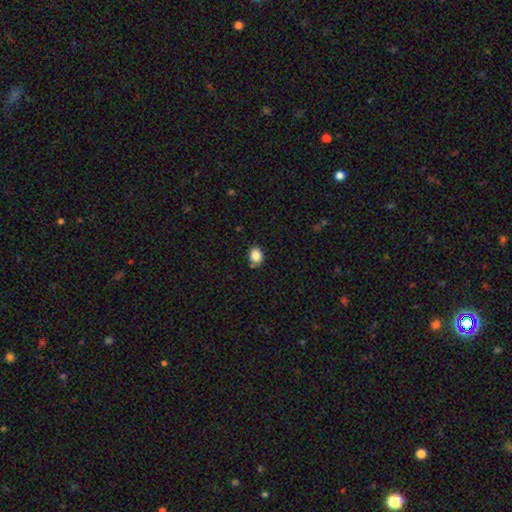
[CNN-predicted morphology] A smooth galaxy with no disk features (86%) that is round (59%).

Vote fractions:
- Smooth or featured? smooth: 86% / star or artifact: 10% / featured or disk: 4%
- How rounded? round: 59% / in between: 41% / cigar-shaped: 1%
- Merging? none: 80% / minor disturbance: 14% / merger: 3% / major disturbance: 3%